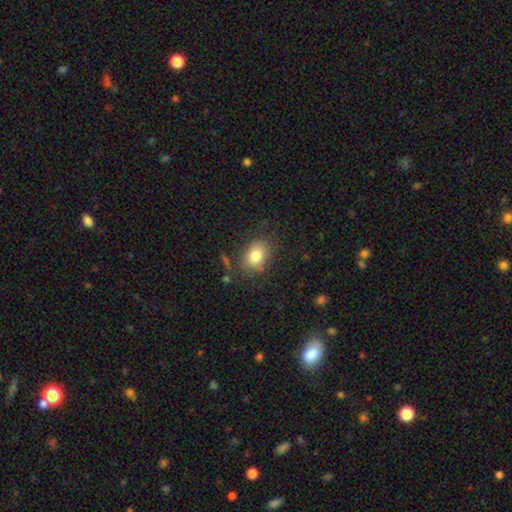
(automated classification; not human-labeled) Q: Smooth or featured?
A: smooth (81%); runner-up: featured or disk (10%)
Q: How rounded?
A: in between (66%); runner-up: round (33%)
Q: Merging?
A: none (74%); runner-up: minor disturbance (17%)